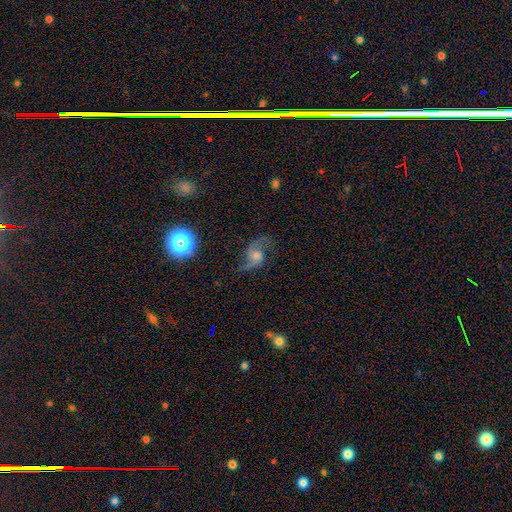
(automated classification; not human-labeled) smooth-or-featured: featured or disk: 80% | smooth: 10% | star or artifact: 10%
  disk-edge-on: no: 97% | yes: 3%
    bar: no: 59% | weak: 34% | strong: 7%
    has-spiral-arms: yes: 95% | no: 5%
      spiral-winding: loose: 73% | medium: 23% | tight: 4%
      spiral-arm-count: 2: 92% | 1: 3% | can't tell: 2% | 3: 1% | 4: 1% | more than 4: 1%
    bulge-size: moderate: 47% | small: 31% | large: 11% | none: 9% | dominant: 2%
  merging: none: 71% | minor disturbance: 16% | major disturbance: 11% | merger: 2%